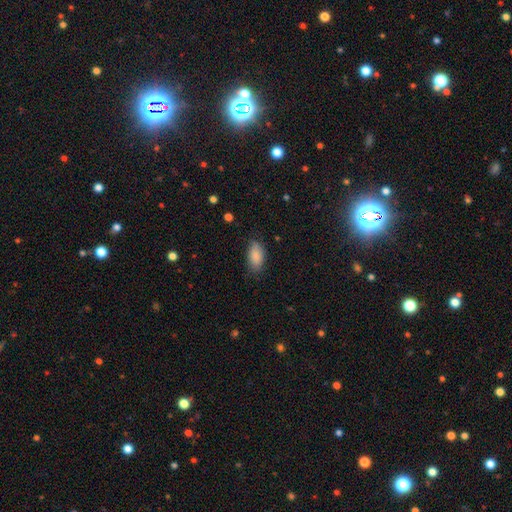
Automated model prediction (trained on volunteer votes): Smooth or featured? Predicted: smooth (p=0.86). How rounded? Predicted: in between (p=0.92). Merging? Predicted: none (p=0.71).